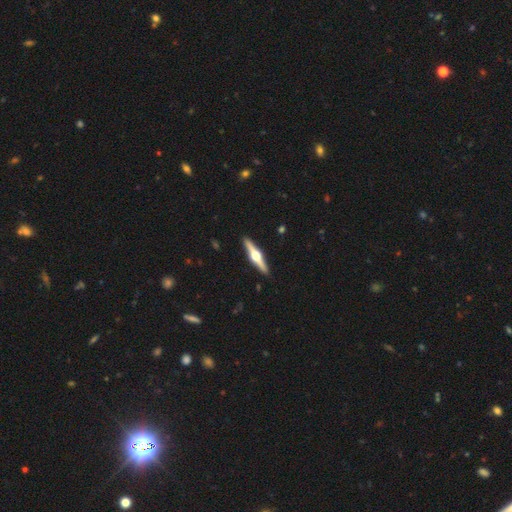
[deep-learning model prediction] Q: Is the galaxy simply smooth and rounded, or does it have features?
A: featured or disk — 78%.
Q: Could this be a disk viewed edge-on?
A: yes — 98%.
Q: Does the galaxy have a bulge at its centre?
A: rounded — 96%.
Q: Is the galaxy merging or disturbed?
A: none — 92%.